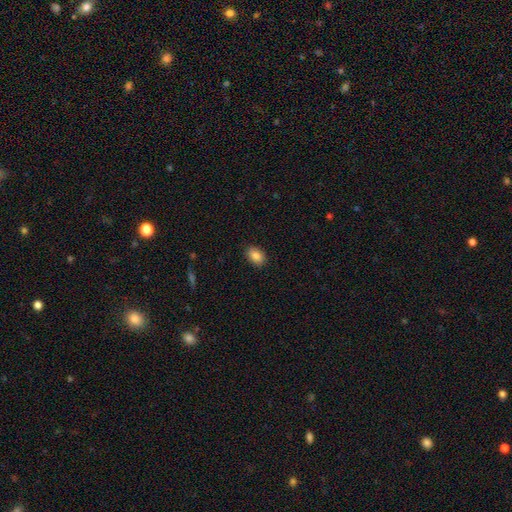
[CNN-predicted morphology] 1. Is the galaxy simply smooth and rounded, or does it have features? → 86% smooth, 8% star or artifact, 5% featured or disk.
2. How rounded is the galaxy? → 83% in between, 16% round, 1% cigar-shaped.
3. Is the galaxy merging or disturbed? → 89% none, 8% minor disturbance, 2% major disturbance, 1% merger.